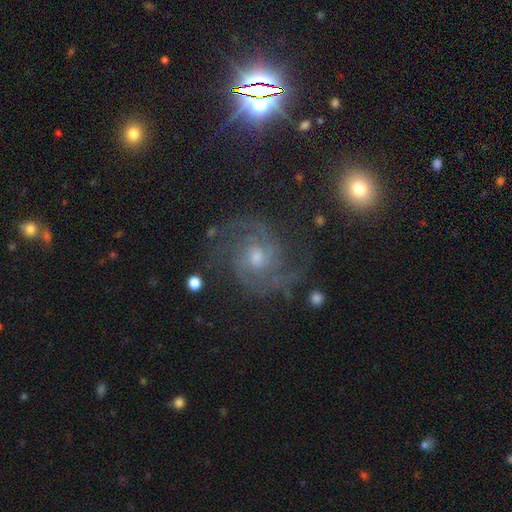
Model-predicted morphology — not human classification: Smooth or featured? Predicted: featured or disk (p=0.86). Edge-on disk? Predicted: no (p=0.98). Bar? Predicted: no (p=0.55). Spiral arms? Predicted: yes (p=0.98). Spiral winding? Predicted: medium (p=0.52). Spiral arm count? Predicted: 2 (p=0.63). Bulge size? Predicted: moderate (p=0.51). Merging? Predicted: none (p=0.74).